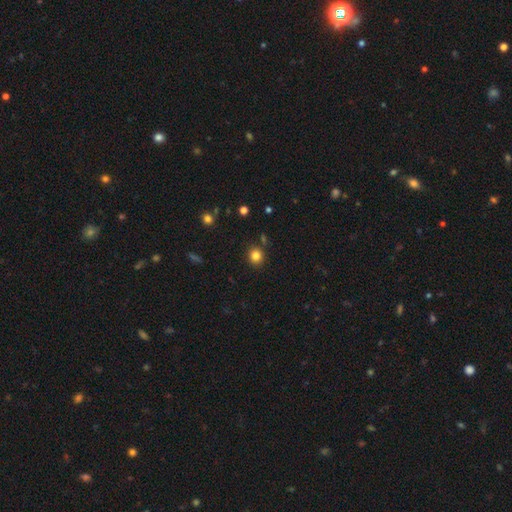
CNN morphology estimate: type=smooth (82%); roundness=round (87%); merging=none (87%).